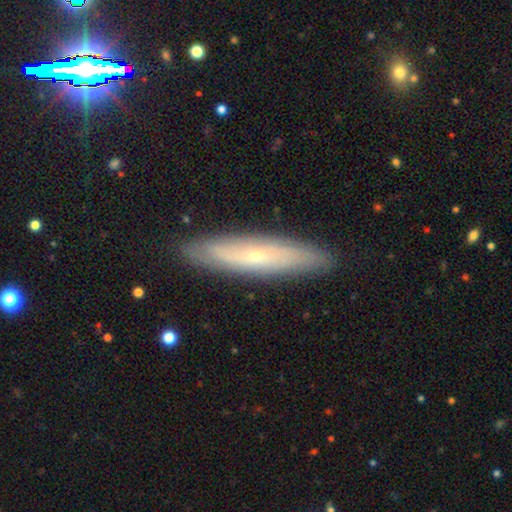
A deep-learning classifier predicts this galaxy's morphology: Q: Smooth or featured?
A: featured or disk (53%); runner-up: smooth (39%)
Q: Edge-on disk?
A: yes (60%); runner-up: no (40%)
Q: Merging?
A: none (88%); runner-up: minor disturbance (9%)